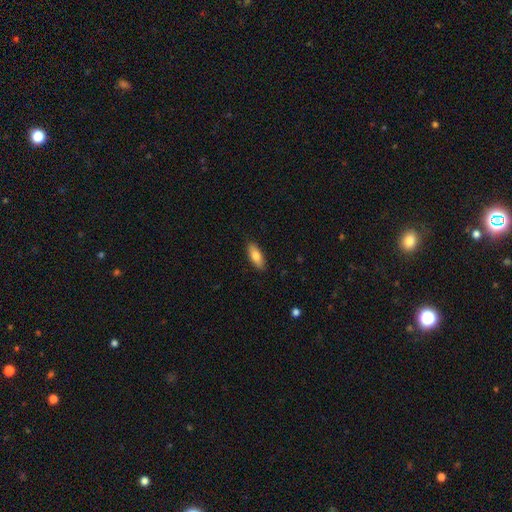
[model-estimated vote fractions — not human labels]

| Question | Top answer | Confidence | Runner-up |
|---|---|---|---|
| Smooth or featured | smooth | 79% | featured or disk (14%) |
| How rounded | in between | 71% | cigar-shaped (27%) |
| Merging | none | 88% | minor disturbance (9%) |